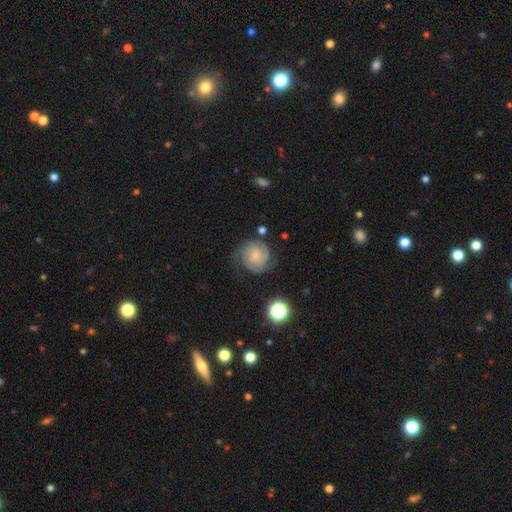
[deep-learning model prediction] smooth-or-featured: featured or disk: 66% | smooth: 25% | star or artifact: 9%
  disk-edge-on: no: 98% | yes: 2%
    bar: no: 71% | weak: 25% | strong: 4%
    has-spiral-arms: yes: 93% | no: 7%
      spiral-winding: tight: 58% | medium: 32% | loose: 10%
      spiral-arm-count: 2: 52% | can't tell: 22% | 3: 14% | 1: 5% | 4: 4% | more than 4: 3%
    bulge-size: small: 51% | moderate: 26% | none: 17% | large: 4% | dominant: 2%
  merging: none: 65% | minor disturbance: 21% | major disturbance: 12% | merger: 3%